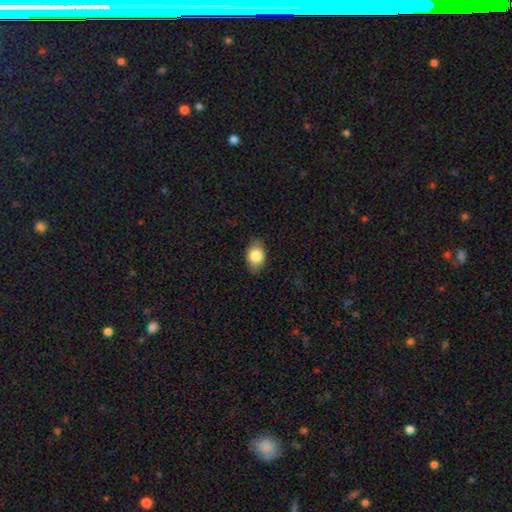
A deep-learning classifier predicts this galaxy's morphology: smooth 83%, featured or disk 9%, star or artifact 8%. Down the decision tree: how rounded — in between (80%); merging — none (83%).